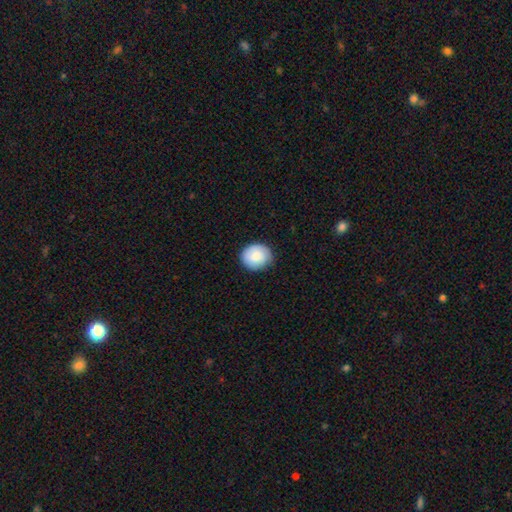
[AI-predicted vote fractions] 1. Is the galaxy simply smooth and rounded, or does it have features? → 74% smooth, 19% featured or disk, 7% star or artifact.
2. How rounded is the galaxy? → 78% round, 21% in between, 1% cigar-shaped.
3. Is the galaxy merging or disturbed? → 83% none, 13% minor disturbance, 2% major disturbance, 1% merger.